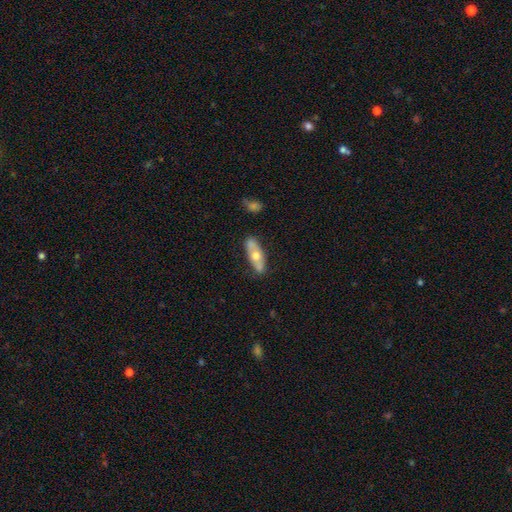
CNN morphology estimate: Smooth or featured? smooth (48%)
Merging? none (74%)